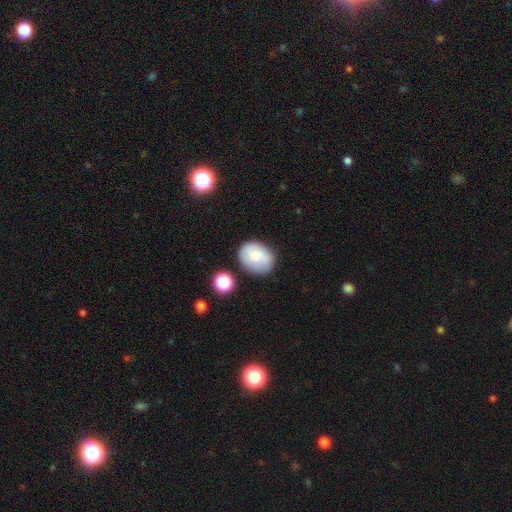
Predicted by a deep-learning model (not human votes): smooth-or-featured: smooth: 69% | featured or disk: 23% | star or artifact: 8%
  how-rounded: in between: 54% | round: 45% | cigar-shaped: 1%
  merging: none: 73% | minor disturbance: 18% | merger: 5% | major disturbance: 5%